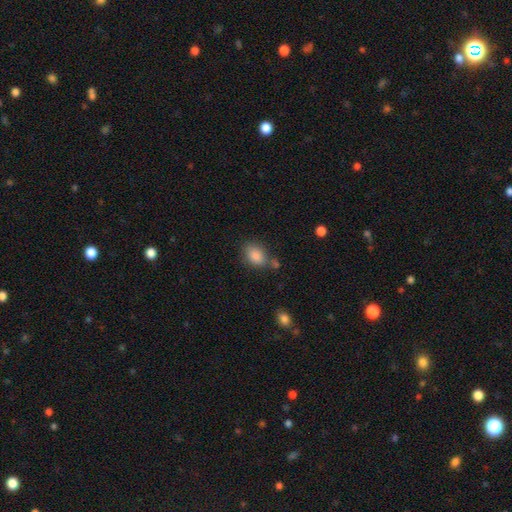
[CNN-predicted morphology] This appears to be a smooth galaxy with no disk features (86%) that is in between round and cigar-shaped (72%). Merging: none (62%).